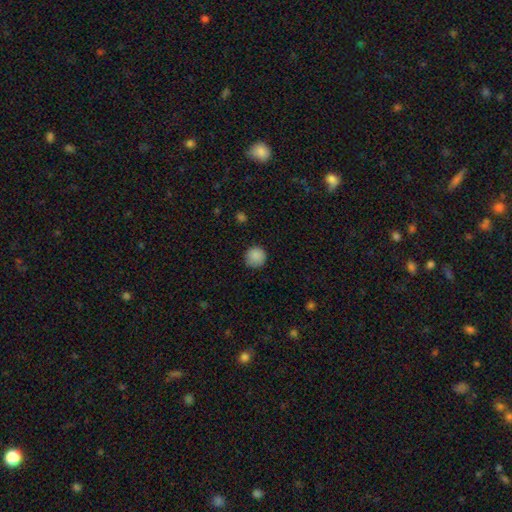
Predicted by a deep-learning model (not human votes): Morphology: type=smooth (88%); roundness=round (94%); merging=none (86%).